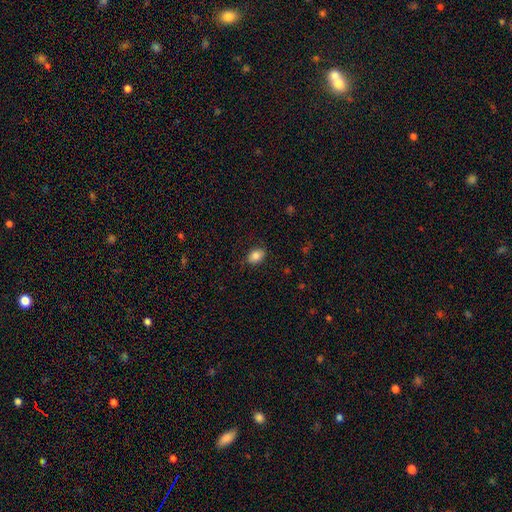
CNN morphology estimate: Smooth or featured?
  - smooth: 84% *
  - star or artifact: 8%
  - featured or disk: 7%
How rounded?
  - in between: 76% *
  - round: 23%
  - cigar-shaped: 1%
Merging?
  - none: 85% *
  - minor disturbance: 11%
  - major disturbance: 3%
  - merger: 1%